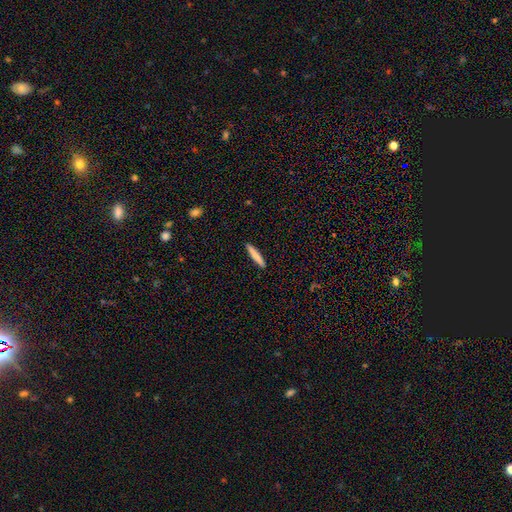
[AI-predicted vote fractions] A smooth galaxy with no disk features (81%) that is cigar-shaped (94%). Merging: none (92%).